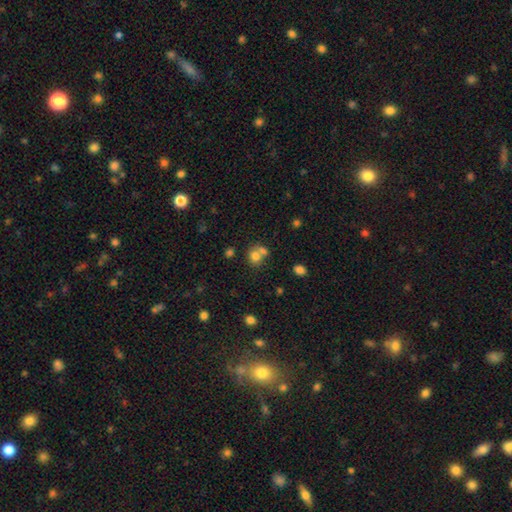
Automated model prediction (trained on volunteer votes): Smooth or featured?
  - smooth: 75% *
  - star or artifact: 13%
  - featured or disk: 12%
How rounded?
  - round: 73% *
  - in between: 27%
  - cigar-shaped: 1%
Merging?
  - merger: 48% *
  - none: 39%
  - minor disturbance: 9%
  - major disturbance: 4%